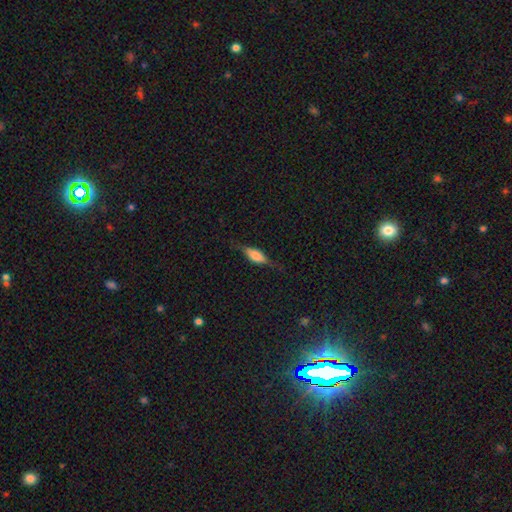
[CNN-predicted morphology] smooth_or_featured: smooth (p=0.47) [alt: featured or disk p=0.45]
merging: none (p=0.74) [alt: minor disturbance p=0.18]